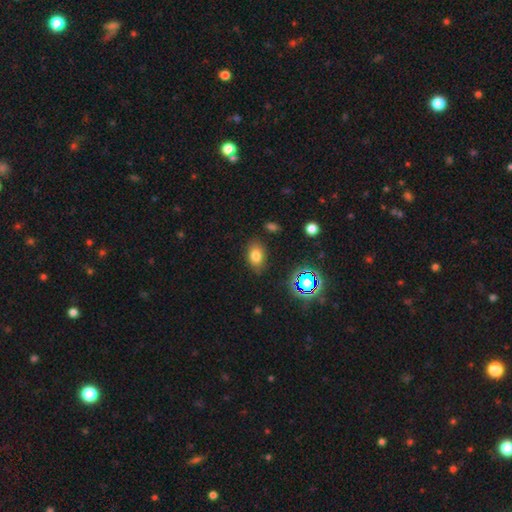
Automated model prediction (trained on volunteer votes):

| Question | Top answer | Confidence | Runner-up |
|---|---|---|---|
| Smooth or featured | smooth | 75% | star or artifact (16%) |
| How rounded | in between | 82% | round (17%) |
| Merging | none | 81% | minor disturbance (13%) |